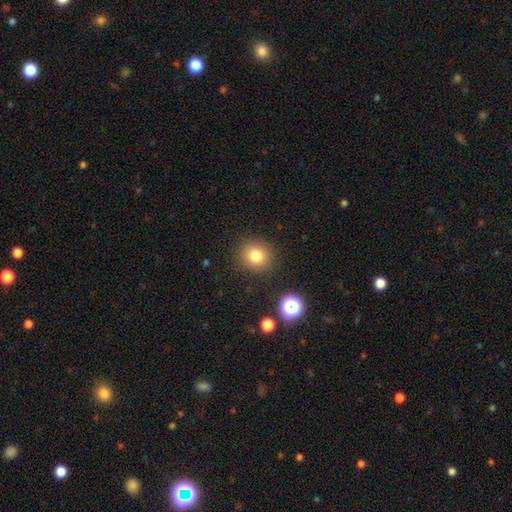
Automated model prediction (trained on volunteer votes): A smooth galaxy with no disk features (80%) that is round (87%). Merging: none (88%).